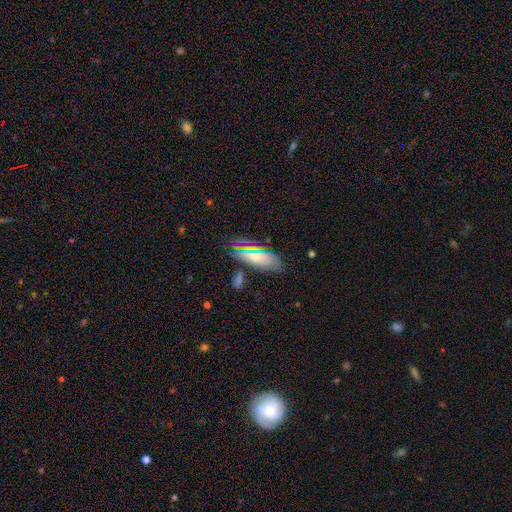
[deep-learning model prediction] Morphology: type=smooth (57%); roundness=in between (79%); merging=none (70%).